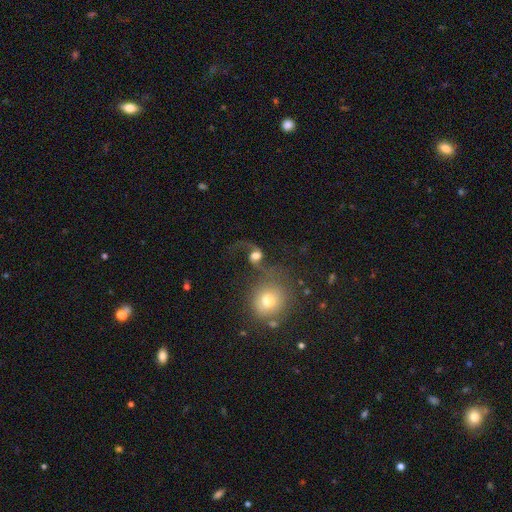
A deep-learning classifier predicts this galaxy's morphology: smooth_or_featured: featured or disk (p=0.63) [alt: smooth p=0.26]
disk_edge_on: no (p=0.96) [alt: yes p=0.04]
bar: no (p=0.58) [alt: weak p=0.32]
has_spiral_arms: yes (p=0.89) [alt: no p=0.11]
spiral_winding: loose (p=0.84) [alt: medium p=0.13]
spiral_arm_count: 2 (p=0.83) [alt: 1 p=0.12]
bulge_size: moderate (p=0.43) [alt: large p=0.35]
merging: none (p=0.42) [alt: major disturbance p=0.22]